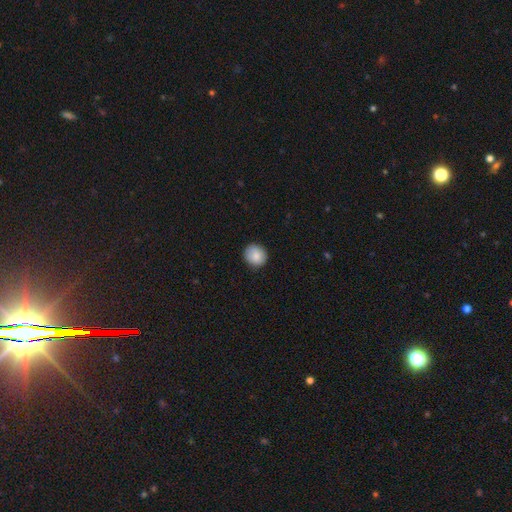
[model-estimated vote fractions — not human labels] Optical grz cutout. It shows a smooth galaxy with no disk features (86%) that is round (81%). Merging: none (87%).